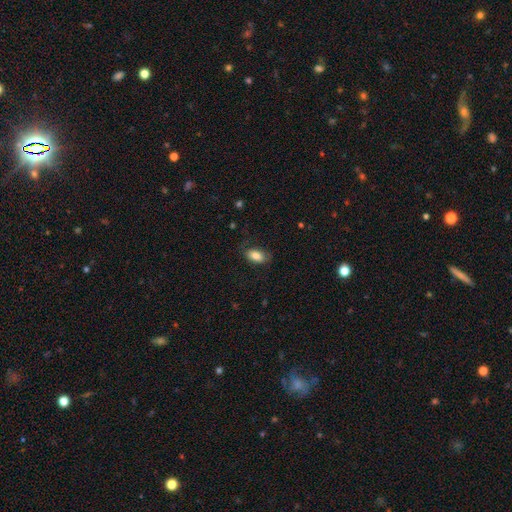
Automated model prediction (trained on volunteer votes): Smooth or featured? smooth (83%)
How rounded? in between (92%)
Merging? none (74%)